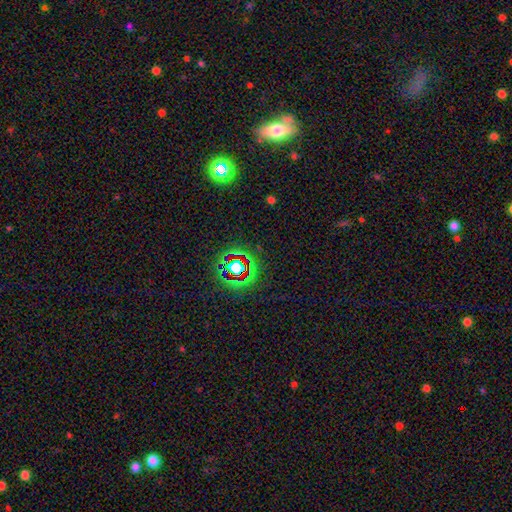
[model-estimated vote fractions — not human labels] smooth-or-featured: star or artifact: 72% | smooth: 15% | featured or disk: 13%